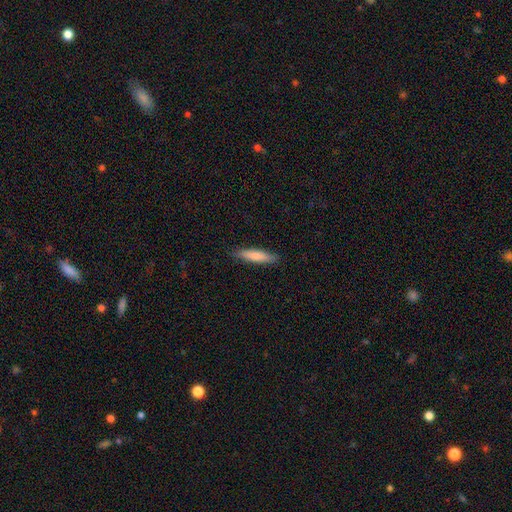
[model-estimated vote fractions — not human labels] smooth 79%, featured or disk 16%, star or artifact 5%. Down the decision tree: how rounded — cigar-shaped (85%); merging — none (88%).